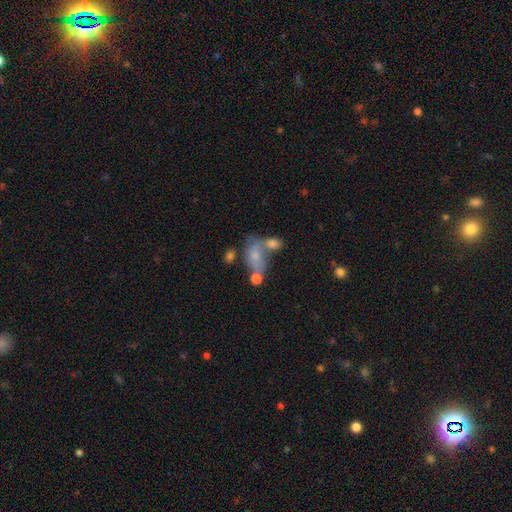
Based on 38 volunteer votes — smooth 87%, featured or disk 11%, star or artifact 3%. Down the decision tree: how rounded — in between (91%); merging — none (46%).